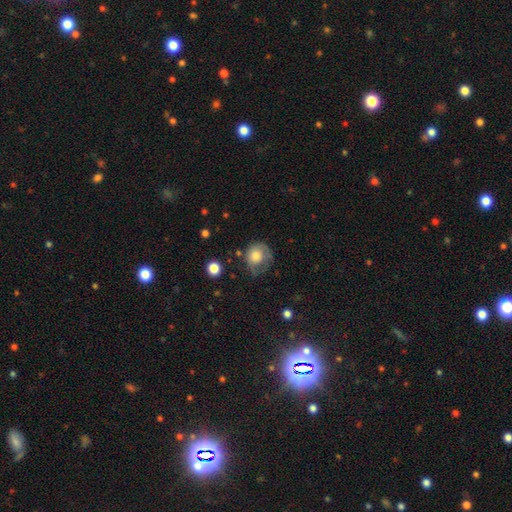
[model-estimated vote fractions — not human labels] smooth-or-featured: smooth: 65% | featured or disk: 27% | star or artifact: 8%
  how-rounded: round: 77% | in between: 23% | cigar-shaped: 1%
  merging: none: 41% | minor disturbance: 30% | major disturbance: 26% | merger: 3%